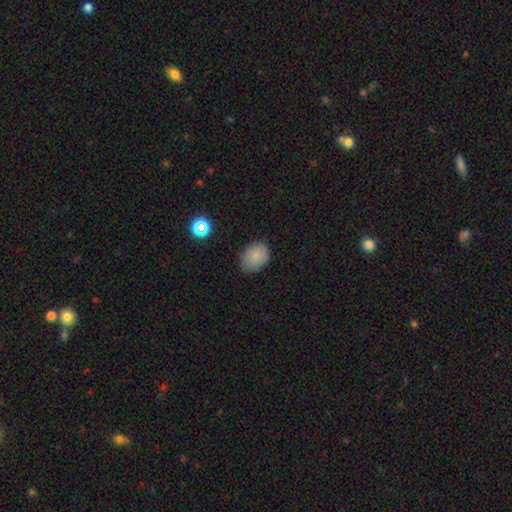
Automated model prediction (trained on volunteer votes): Smooth or featured: smooth — 84% (star or artifact — 10%)
How rounded: in between — 66% (round — 33%)
Merging: none — 78% (minor disturbance — 17%)